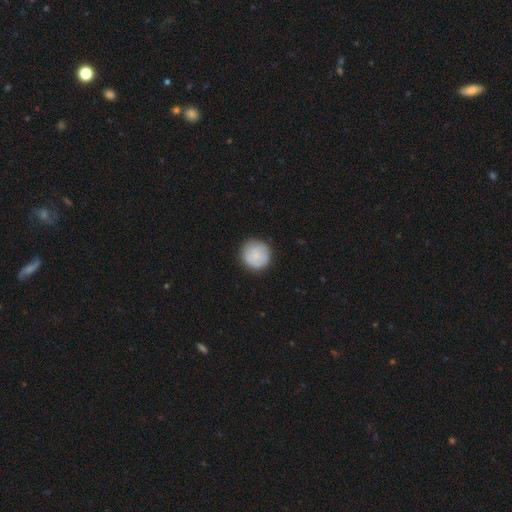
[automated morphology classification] The model was most divided on "smooth or featured": smooth: 77%, featured or disk: 17%, star or artifact: 6%. More confident: how rounded — round (95%); merging — none (86%).